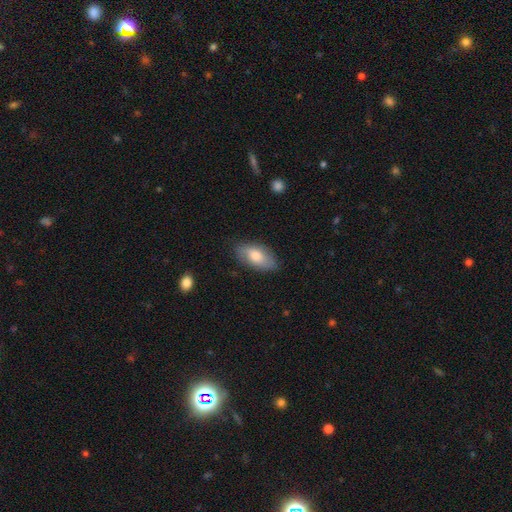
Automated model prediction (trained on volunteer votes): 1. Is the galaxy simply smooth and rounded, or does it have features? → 74% smooth, 20% featured or disk, 6% star or artifact.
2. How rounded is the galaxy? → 90% in between, 7% cigar-shaped, 3% round.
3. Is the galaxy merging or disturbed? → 83% none, 14% minor disturbance, 3% major disturbance, 1% merger.